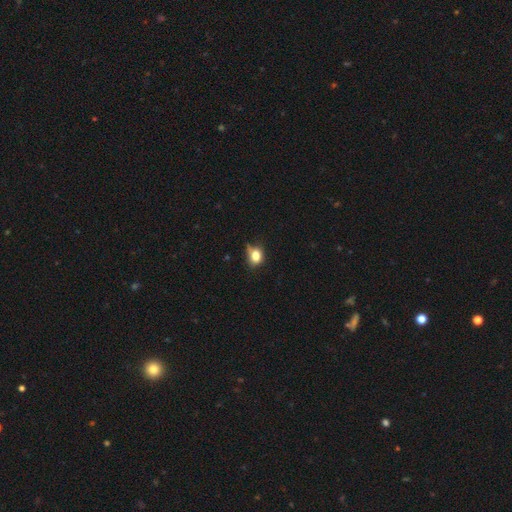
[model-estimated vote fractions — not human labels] Morphology: type=smooth (78%); roundness=round (51%); merging=none (48%).